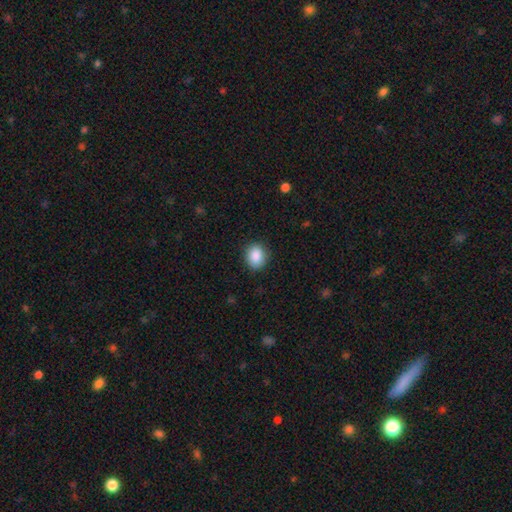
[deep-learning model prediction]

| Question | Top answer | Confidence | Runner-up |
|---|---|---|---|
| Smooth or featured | smooth | 88% | star or artifact (8%) |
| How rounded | round | 55% | in between (44%) |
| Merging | none | 87% | minor disturbance (9%) |